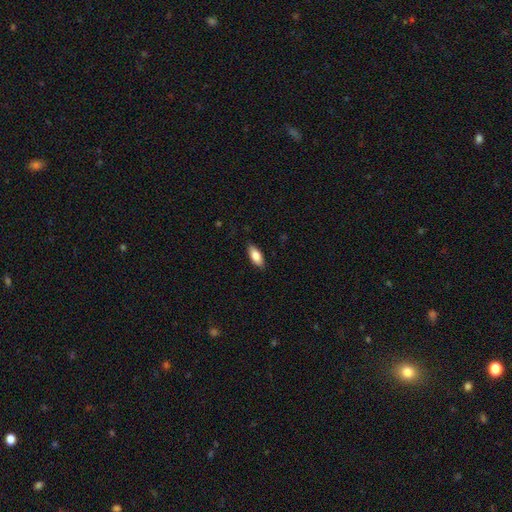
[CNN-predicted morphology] Smooth or featured? smooth (83%)
How rounded? in between (84%)
Merging? none (86%)